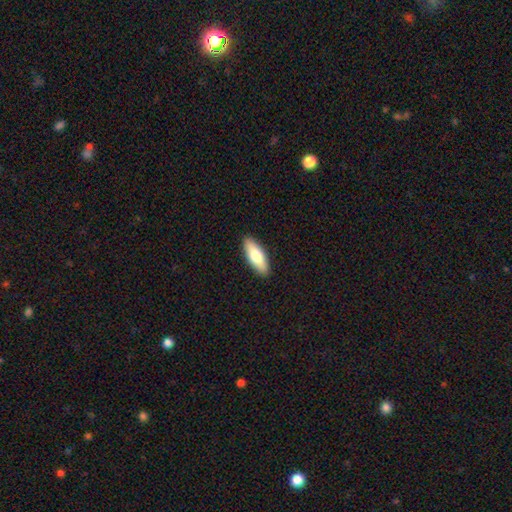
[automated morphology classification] Smooth or featured?
  - smooth: 69% *
  - featured or disk: 26%
  - star or artifact: 6%
How rounded?
  - in between: 64% *
  - cigar-shaped: 34%
  - round: 2%
Merging?
  - none: 91% *
  - minor disturbance: 7%
  - major disturbance: 2%
  - merger: 1%